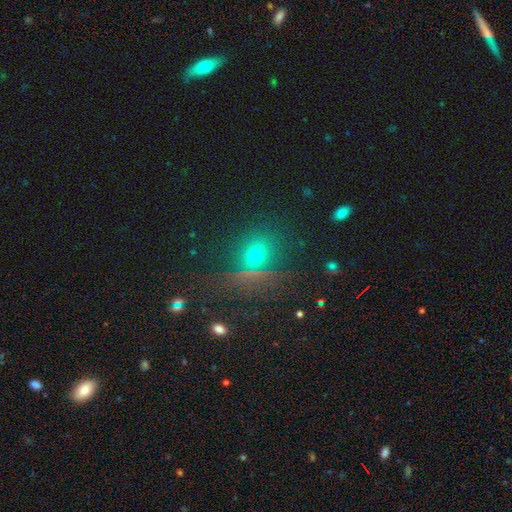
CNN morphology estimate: Smooth or featured?
  - smooth: 61% *
  - star or artifact: 29%
  - featured or disk: 10%
How rounded?
  - round: 69% *
  - in between: 28%
  - cigar-shaped: 2%
Merging?
  - none: 81% *
  - minor disturbance: 10%
  - merger: 5%
  - major disturbance: 5%